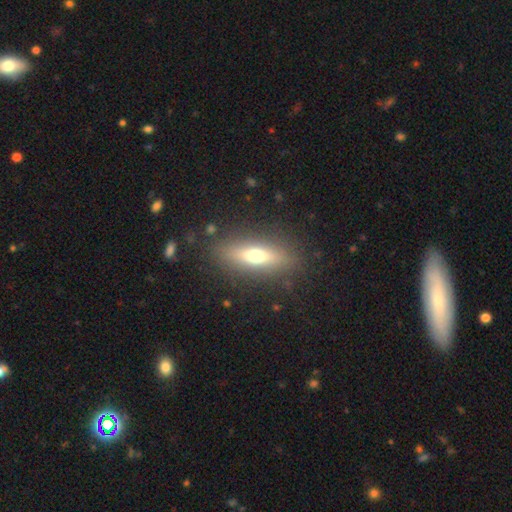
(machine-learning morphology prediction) Q: Smooth or featured?
A: smooth (57%); runner-up: featured or disk (34%)
Q: How rounded?
A: in between (50%); runner-up: cigar-shaped (46%)
Q: Merging?
A: none (86%); runner-up: minor disturbance (9%)